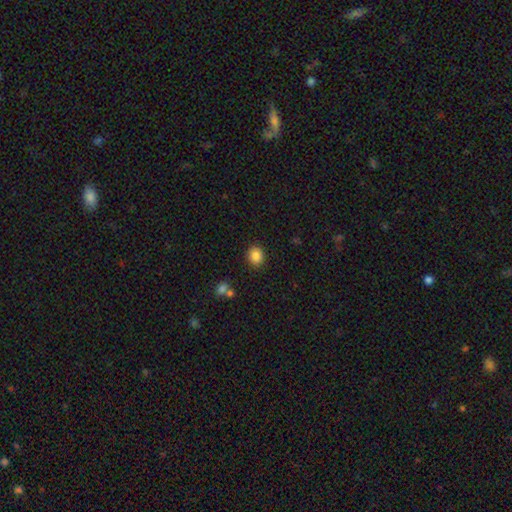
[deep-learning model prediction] The model was most divided on "how rounded": round: 69%, in between: 30%, cigar-shaped: 1%. More confident: merging — none (88%); smooth or featured — smooth (86%).